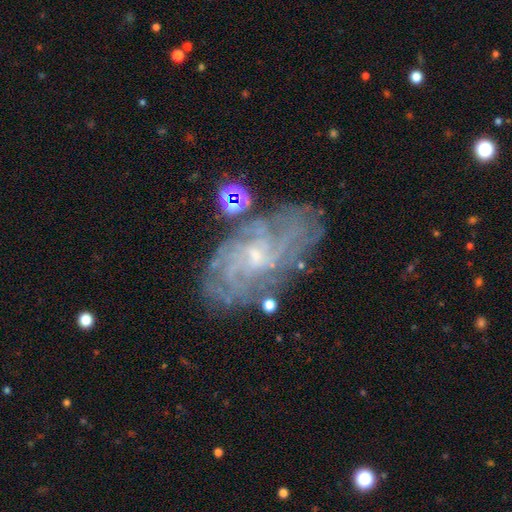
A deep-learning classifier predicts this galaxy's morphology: A featured or disk galaxy (81%) with no bar (59%), tight (63%) spiral arms (92%) and a small central bulge (79%). Merging: none (74%).